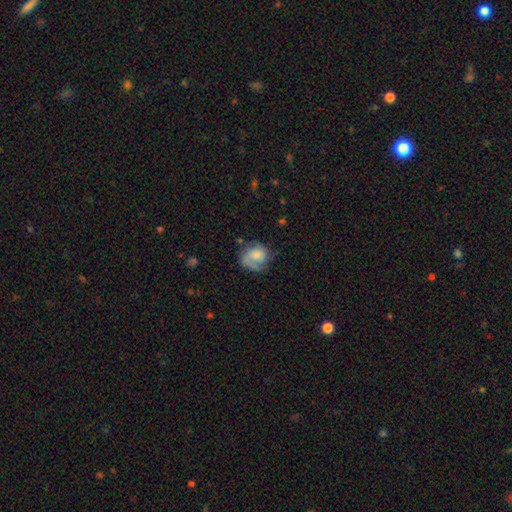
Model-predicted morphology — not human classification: featured or disk 47%, smooth 46%, star or artifact 8%. Down the decision tree: merging — none (55%).